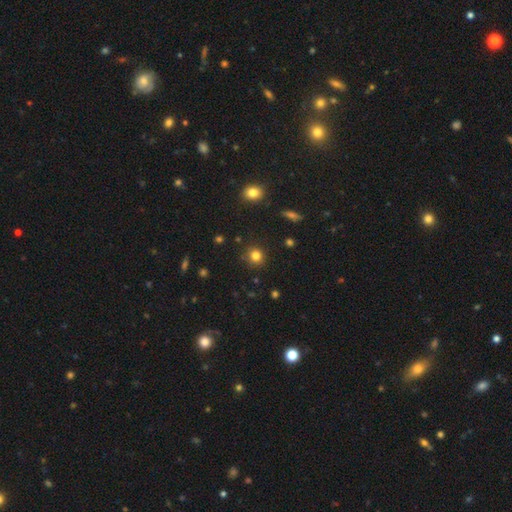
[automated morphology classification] Smooth or featured? Predicted: smooth (p=0.81). How rounded? Predicted: round (p=0.87). Merging? Predicted: none (p=0.87).